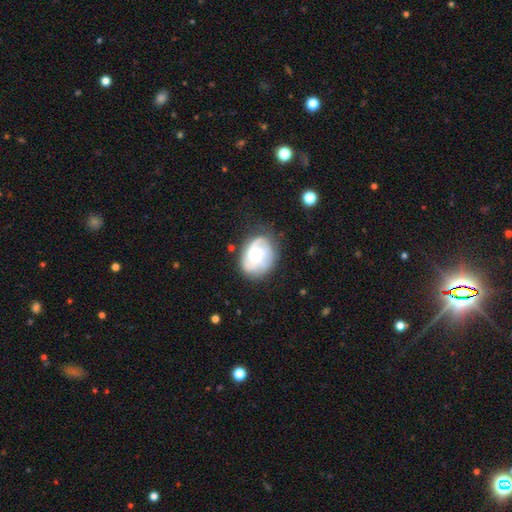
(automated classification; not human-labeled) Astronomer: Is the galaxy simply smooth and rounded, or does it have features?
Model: featured or disk — 70%.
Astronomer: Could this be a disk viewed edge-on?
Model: no — 97%.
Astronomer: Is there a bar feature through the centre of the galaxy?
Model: no — 70%.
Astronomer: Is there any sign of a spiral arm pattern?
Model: yes — 89%.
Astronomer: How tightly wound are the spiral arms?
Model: tight — 42% (runner-up: medium, 40%).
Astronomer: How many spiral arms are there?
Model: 3 — 34% (runner-up: can't tell, 27%).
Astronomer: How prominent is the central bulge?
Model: moderate — 57%.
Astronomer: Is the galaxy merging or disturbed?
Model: none — 64%.